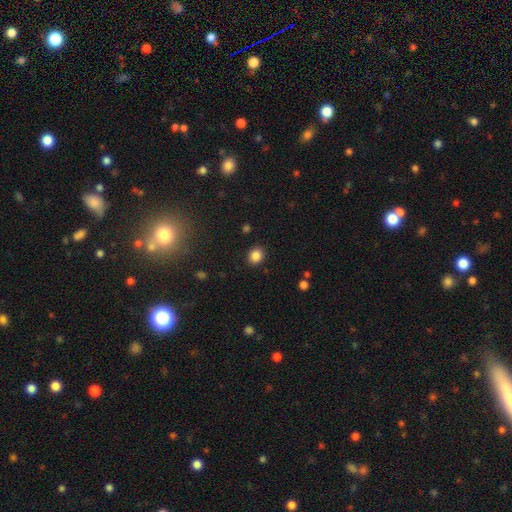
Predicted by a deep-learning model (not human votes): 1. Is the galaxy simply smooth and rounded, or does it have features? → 86% smooth, 10% star or artifact, 4% featured or disk.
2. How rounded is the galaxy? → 68% round, 31% in between, 1% cigar-shaped.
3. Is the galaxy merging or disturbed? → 89% none, 7% minor disturbance, 2% major disturbance, 1% merger.